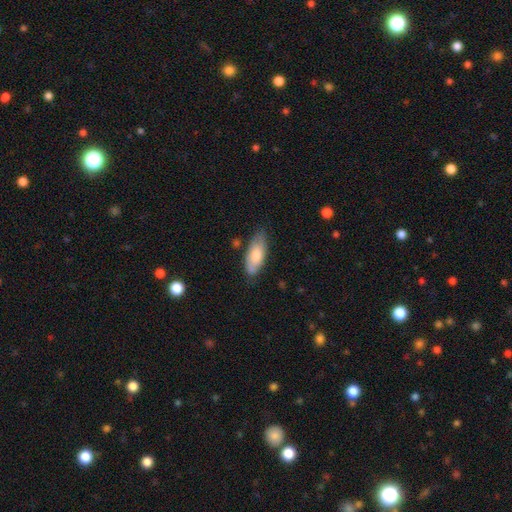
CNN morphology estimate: This is likely a smooth galaxy (76%). How rounded: likely in between (79%). Merging: likely none (70%).